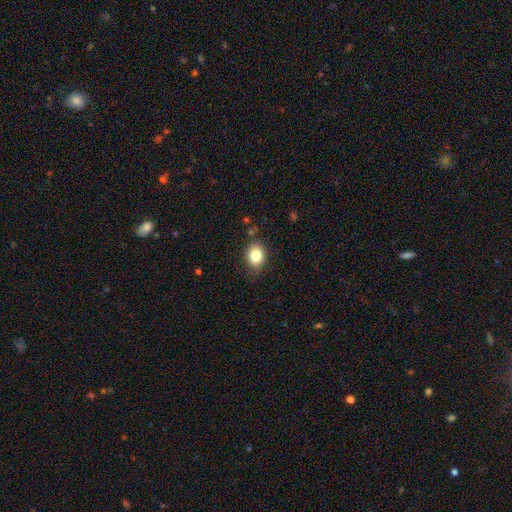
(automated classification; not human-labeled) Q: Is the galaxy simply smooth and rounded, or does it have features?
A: smooth — 83%.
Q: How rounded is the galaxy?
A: in between — 58%.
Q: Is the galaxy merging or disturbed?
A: none — 78%.